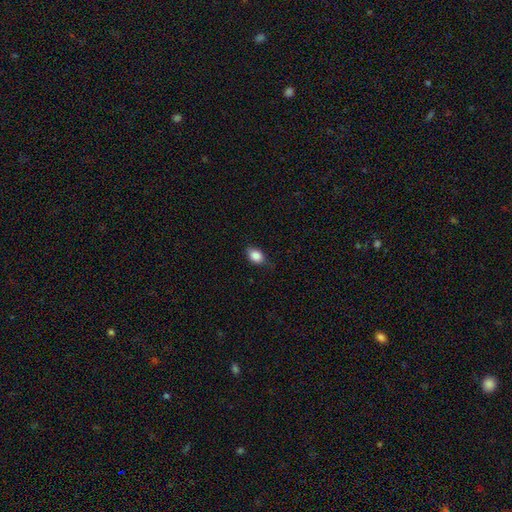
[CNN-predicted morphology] Q: Smooth or featured?
A: smooth (87%); runner-up: star or artifact (8%)
Q: How rounded?
A: in between (75%); runner-up: round (24%)
Q: Merging?
A: none (76%); runner-up: minor disturbance (20%)